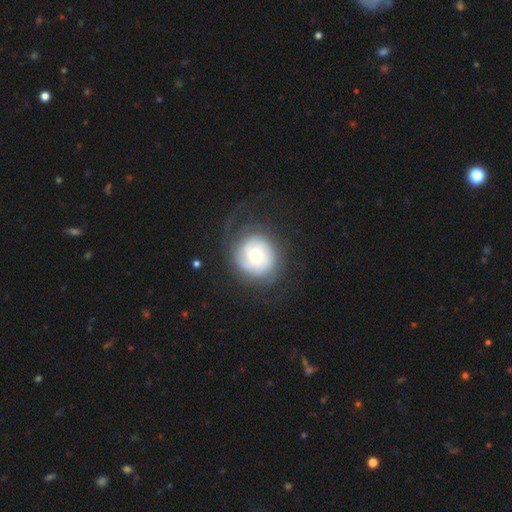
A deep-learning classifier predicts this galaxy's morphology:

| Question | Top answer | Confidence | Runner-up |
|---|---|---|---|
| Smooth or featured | featured or disk | 59% | smooth (33%) |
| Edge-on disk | no | 98% | yes (2%) |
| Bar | no | 76% | weak (20%) |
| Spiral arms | yes | 89% | no (11%) |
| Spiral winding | tight | 56% | medium (29%) |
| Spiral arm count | can't tell | 39% | 2 (29%) |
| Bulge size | moderate | 37% | small (31%) |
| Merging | none | 62% | minor disturbance (19%) |